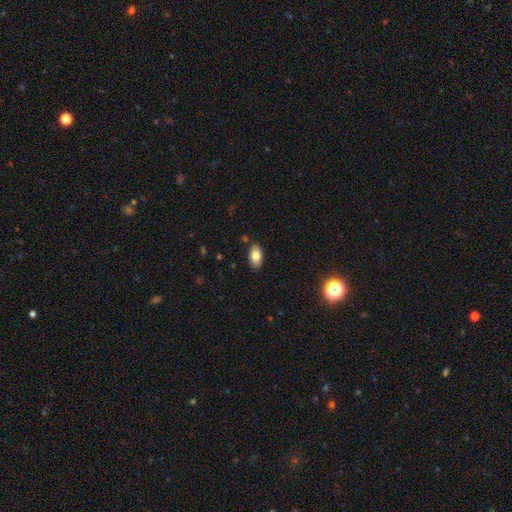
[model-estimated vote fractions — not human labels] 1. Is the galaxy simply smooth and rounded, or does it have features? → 81% smooth, 11% featured or disk, 8% star or artifact.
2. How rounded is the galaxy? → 93% in between, 5% round, 2% cigar-shaped.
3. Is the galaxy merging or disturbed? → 87% none, 10% minor disturbance, 2% major disturbance, 2% merger.